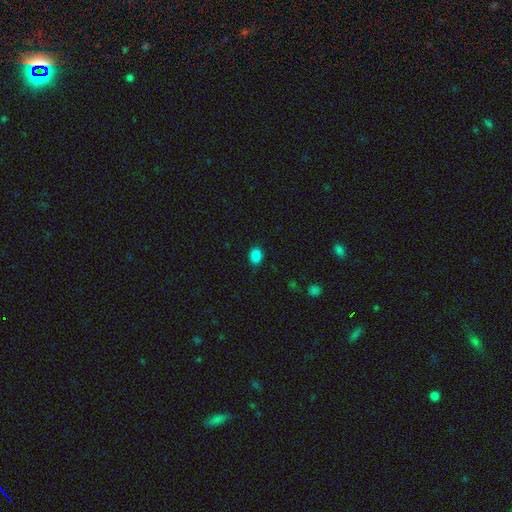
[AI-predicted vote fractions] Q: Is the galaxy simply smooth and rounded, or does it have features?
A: smooth — 86%.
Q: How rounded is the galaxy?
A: in between — 65%.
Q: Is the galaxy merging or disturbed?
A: none — 86%.